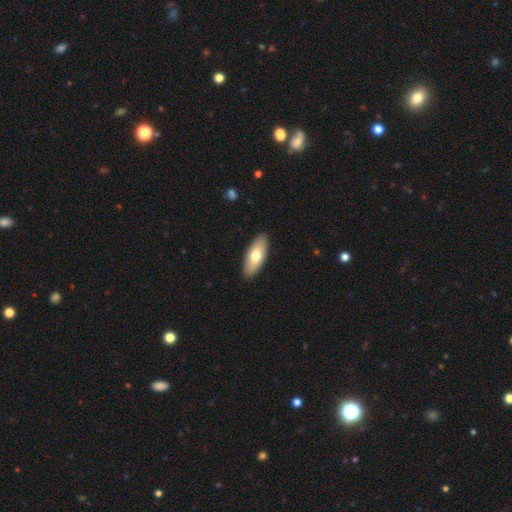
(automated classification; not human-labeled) smooth 72%, featured or disk 23%, star or artifact 5%. Down the decision tree: how rounded — in between (77%); merging — none (90%).